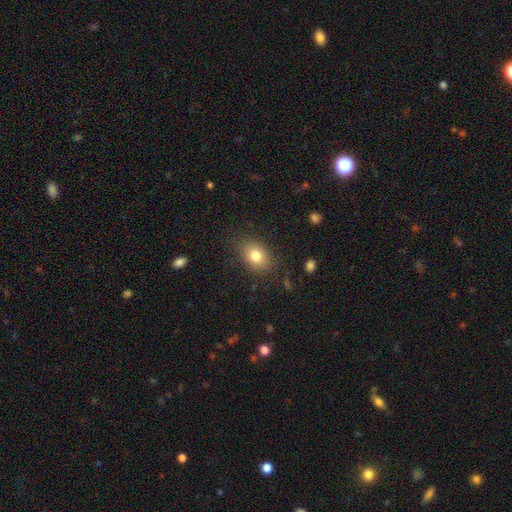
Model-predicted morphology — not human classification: Smooth or featured? Predicted: smooth (p=0.79). How rounded? Predicted: in between (p=0.74). Merging? Predicted: none (p=0.84).